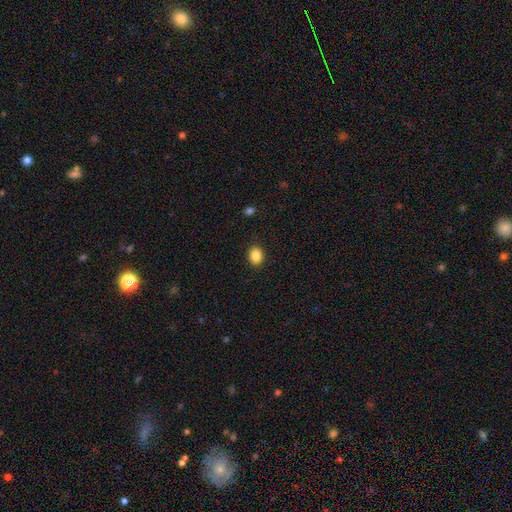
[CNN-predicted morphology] Q: Smooth or featured?
A: smooth (87%); runner-up: star or artifact (9%)
Q: How rounded?
A: in between (55%); runner-up: round (44%)
Q: Merging?
A: none (90%); runner-up: minor disturbance (7%)